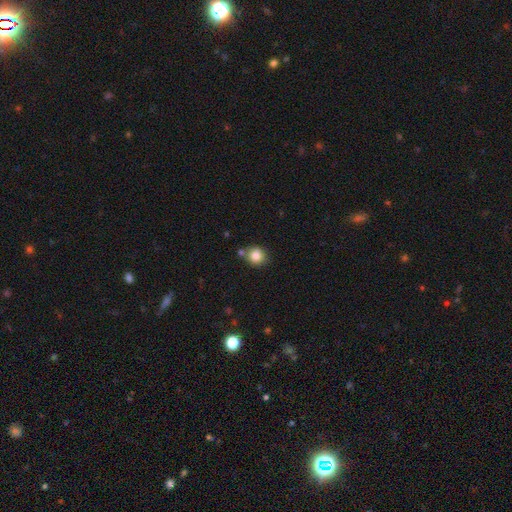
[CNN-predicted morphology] type=smooth (83%); roundness=round (85%); merging=none (70%).